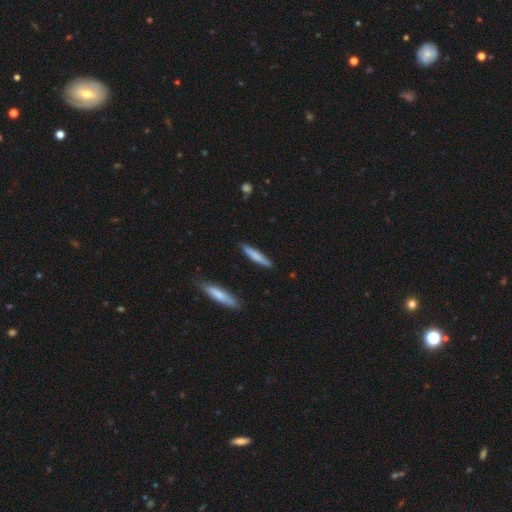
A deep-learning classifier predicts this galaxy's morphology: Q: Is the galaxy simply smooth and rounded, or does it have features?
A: smooth — 72%.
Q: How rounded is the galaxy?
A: cigar-shaped — 89%.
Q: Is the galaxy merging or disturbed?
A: none — 88%.